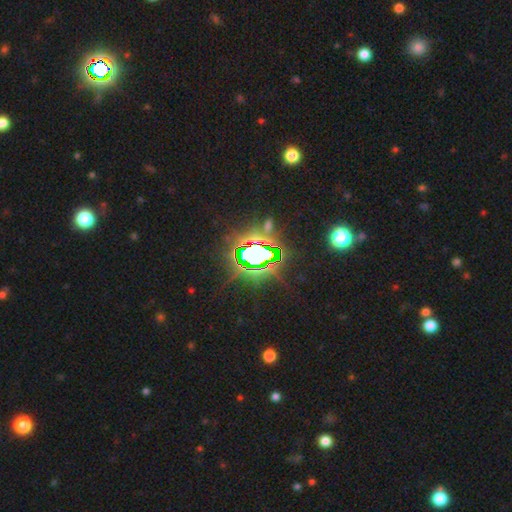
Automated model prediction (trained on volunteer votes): This is clearly a star or artifact rather than a galaxy (80%).